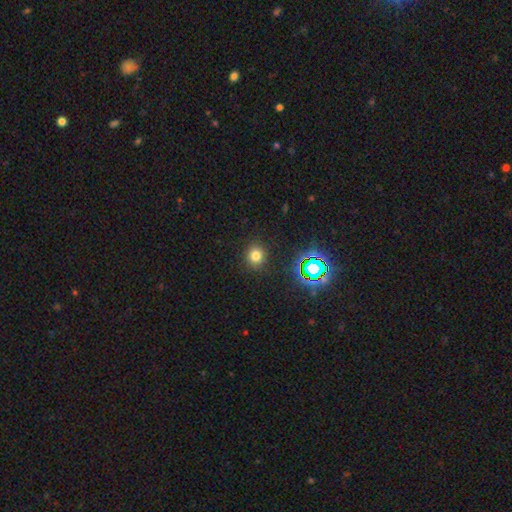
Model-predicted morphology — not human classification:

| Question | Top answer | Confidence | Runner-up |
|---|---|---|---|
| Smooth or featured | smooth | 74% | star or artifact (20%) |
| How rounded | round | 85% | in between (14%) |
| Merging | none | 90% | minor disturbance (7%) |